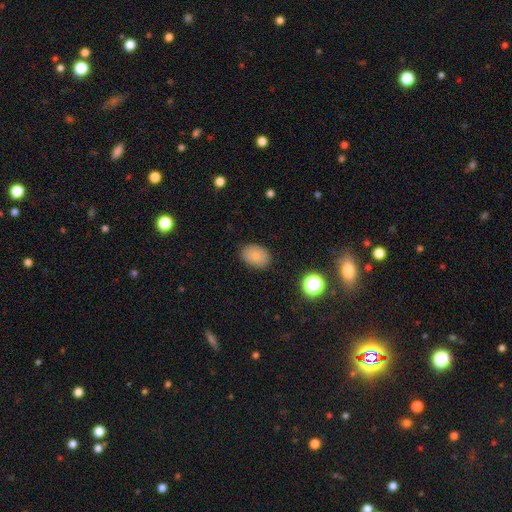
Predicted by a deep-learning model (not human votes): smooth_or_featured: smooth (p=0.82) [alt: star or artifact p=0.10]
how_rounded: in between (p=0.79) [alt: round p=0.20]
merging: none (p=0.83) [alt: minor disturbance p=0.12]